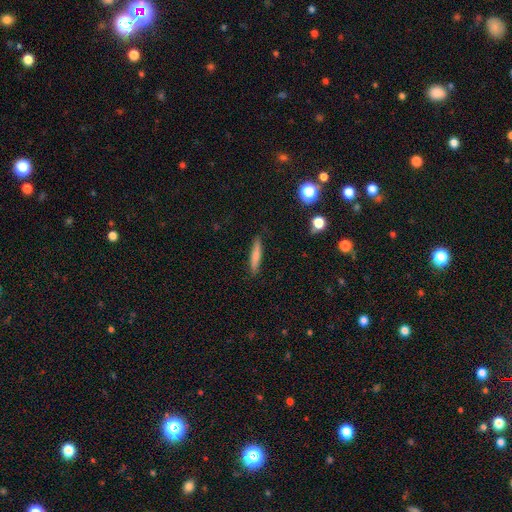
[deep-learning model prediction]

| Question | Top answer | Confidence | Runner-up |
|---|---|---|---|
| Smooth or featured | smooth | 71% | featured or disk (22%) |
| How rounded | cigar-shaped | 89% | in between (9%) |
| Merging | none | 87% | minor disturbance (10%) |